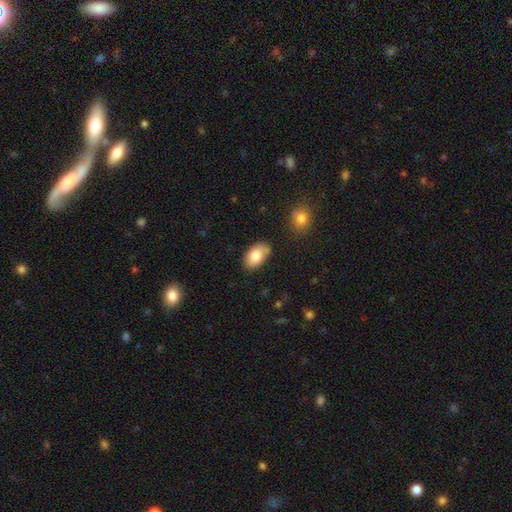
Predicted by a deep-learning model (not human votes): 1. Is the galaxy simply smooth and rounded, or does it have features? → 81% smooth, 12% featured or disk, 7% star or artifact.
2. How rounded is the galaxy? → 92% in between, 7% round, 1% cigar-shaped.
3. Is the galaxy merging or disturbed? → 76% none, 17% minor disturbance, 4% merger, 3% major disturbance.